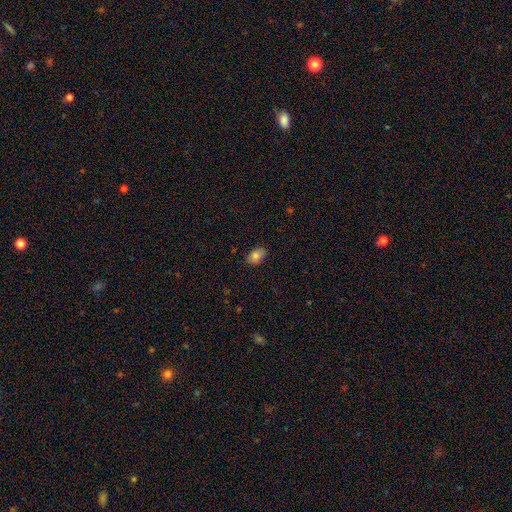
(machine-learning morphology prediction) Smooth or featured? smooth (81%)
How rounded? in between (86%)
Merging? none (85%)